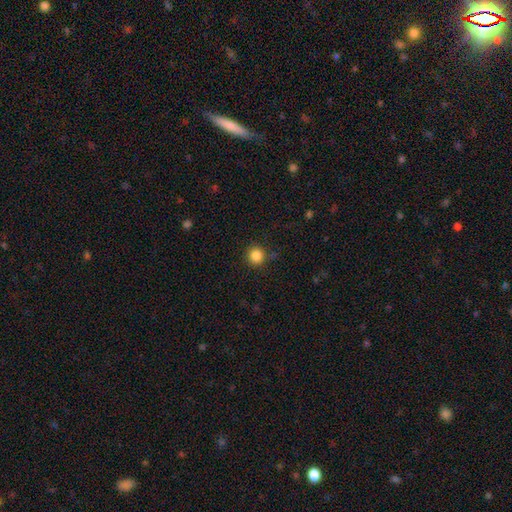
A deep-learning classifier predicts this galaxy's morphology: This is clearly a smooth galaxy (85%). How rounded: clearly round (94%). Merging: clearly none (86%).